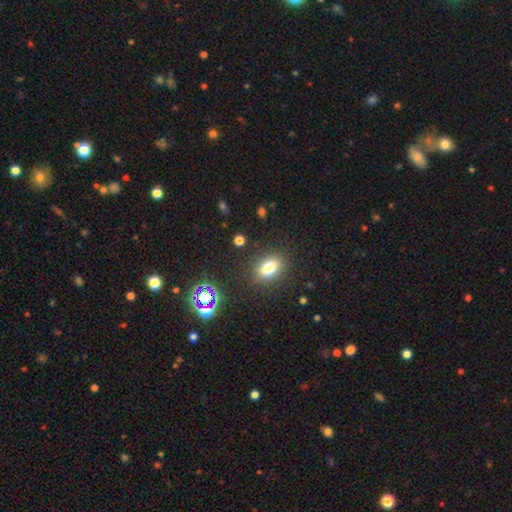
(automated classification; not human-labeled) Smooth or featured?
  - smooth: 65% *
  - star or artifact: 28%
  - featured or disk: 7%
How rounded?
  - in between: 51% *
  - round: 47%
  - cigar-shaped: 2%
Merging?
  - none: 88% *
  - minor disturbance: 7%
  - merger: 3%
  - major disturbance: 3%